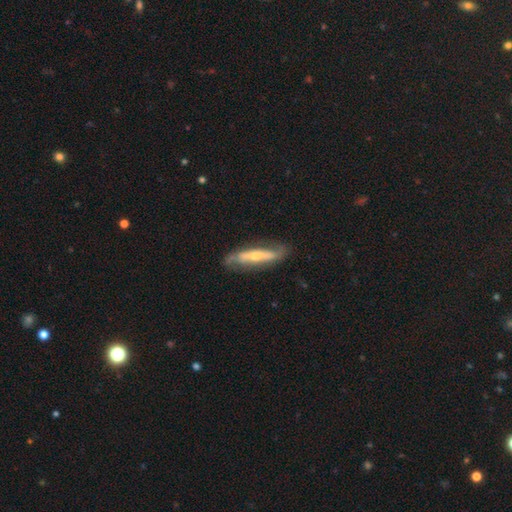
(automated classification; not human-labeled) smooth_or_featured: featured or disk (p=0.67) [alt: smooth p=0.26]
disk_edge_on: yes (p=0.52) [alt: no p=0.48]
merging: none (p=0.75) [alt: minor disturbance p=0.18]